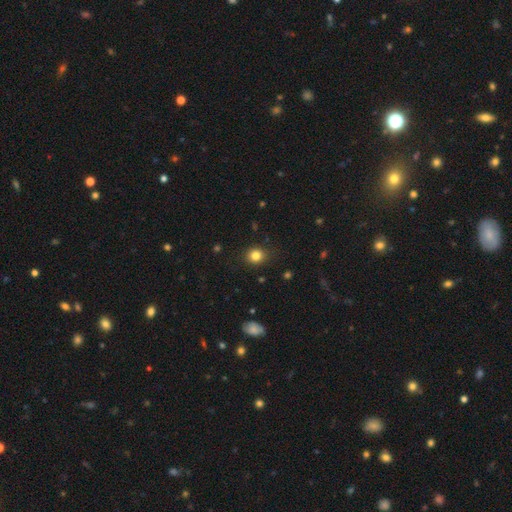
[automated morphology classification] type=smooth (82%); roundness=round (74%); merging=none (85%).